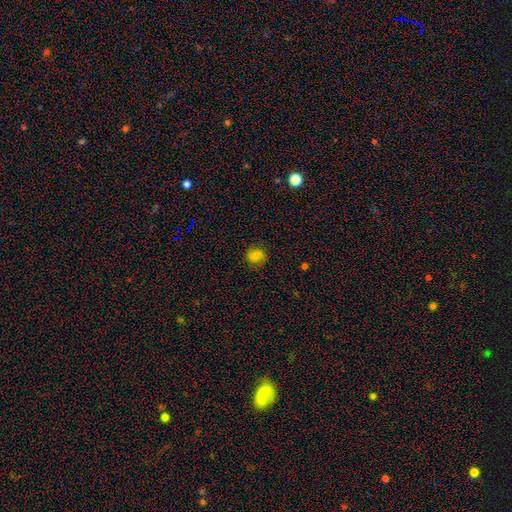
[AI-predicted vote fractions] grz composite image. It shows a smooth galaxy with no disk features (71%) that is round (78%). Merging: none (82%).